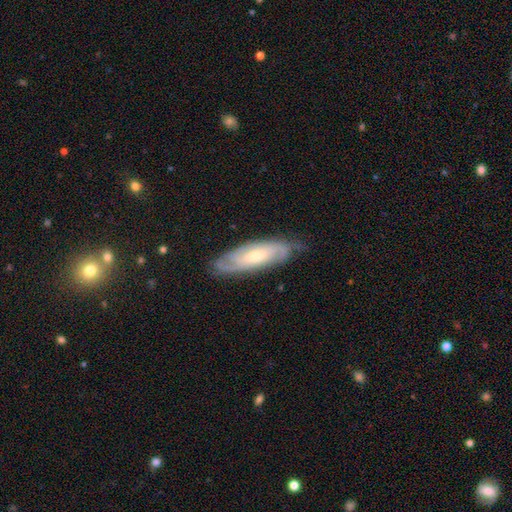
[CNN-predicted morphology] smooth_or_featured: featured or disk (p=0.75) [alt: smooth p=0.19]
disk_edge_on: no (p=0.83) [alt: yes p=0.17]
bar: no (p=0.56) [alt: weak p=0.34]
has_spiral_arms: yes (p=0.93) [alt: no p=0.07]
spiral_winding: tight (p=0.62) [alt: medium p=0.30]
spiral_arm_count: can't tell (p=0.40) [alt: 2 p=0.35]
bulge_size: small (p=0.54) [alt: moderate p=0.40]
merging: none (p=0.76) [alt: minor disturbance p=0.19]